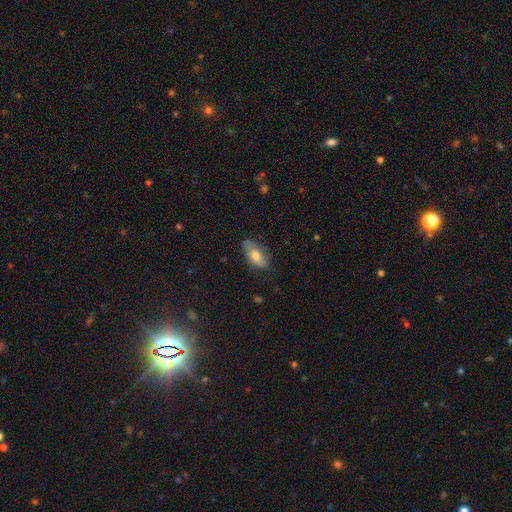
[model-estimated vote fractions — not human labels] Smooth or featured? smooth (65%)
How rounded? in between (89%)
Merging? none (75%)